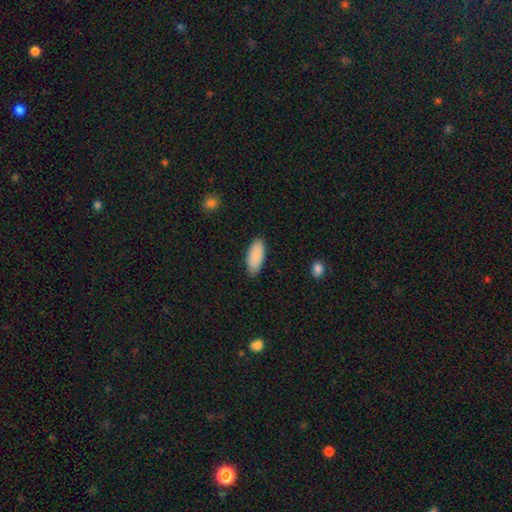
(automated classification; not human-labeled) This is clearly a smooth galaxy (89%). How rounded: clearly in between (87%). Merging: clearly none (85%).